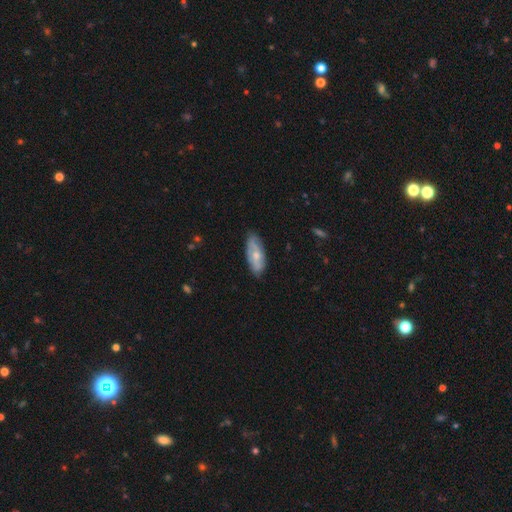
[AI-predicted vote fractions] This is possibly a smooth galaxy (49%). Merging: likely none (76%).